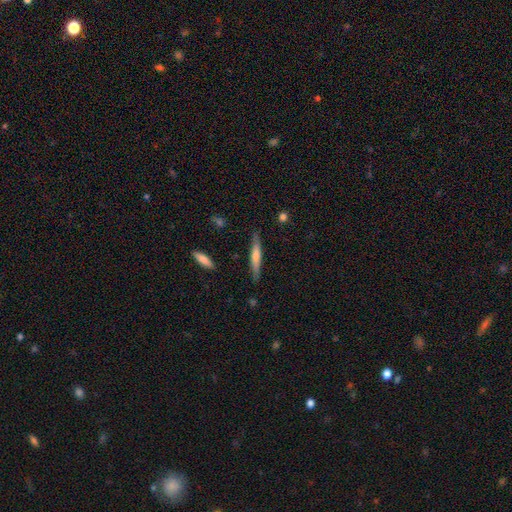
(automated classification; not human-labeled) Smooth or featured?
  - featured or disk: 50% *
  - smooth: 44%
  - star or artifact: 6%
Merging?
  - none: 86% *
  - minor disturbance: 10%
  - major disturbance: 2%
  - merger: 2%